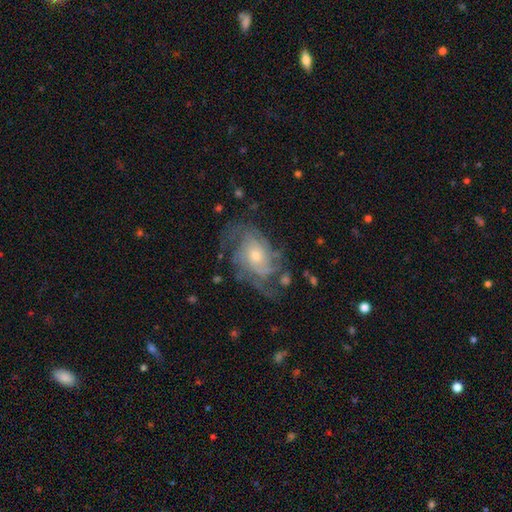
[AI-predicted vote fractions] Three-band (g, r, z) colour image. It shows a featured or disk galaxy (82%) with no bar (76%), tight (45%) spiral arms (91%) and a small central bulge (55%). Merging: none (60%).